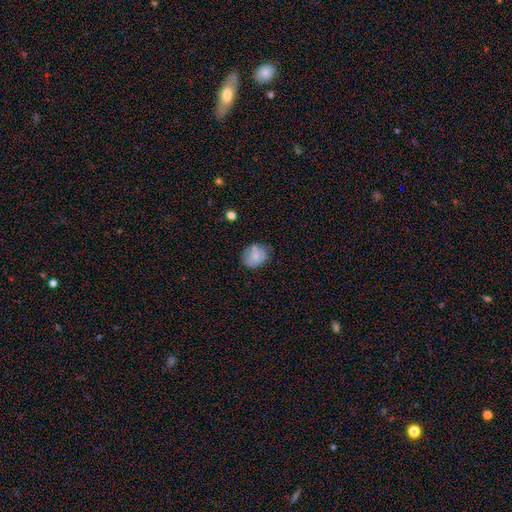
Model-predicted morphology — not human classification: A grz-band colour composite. It shows a smooth galaxy with no disk features (68%) that is round (53%). Merging: none (67%).